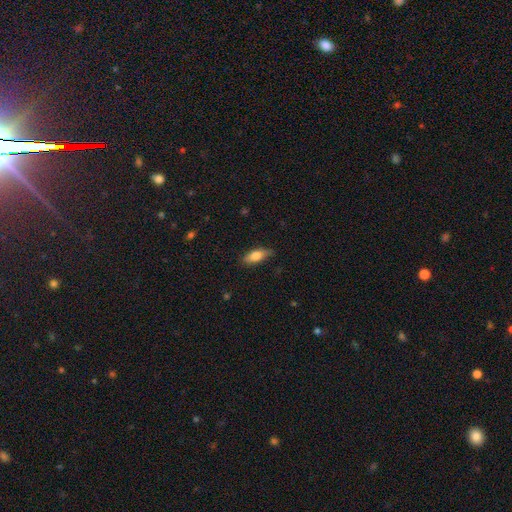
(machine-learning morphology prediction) Overall: smooth (79%). How rounded: in between (73%). Merging: none (76%).